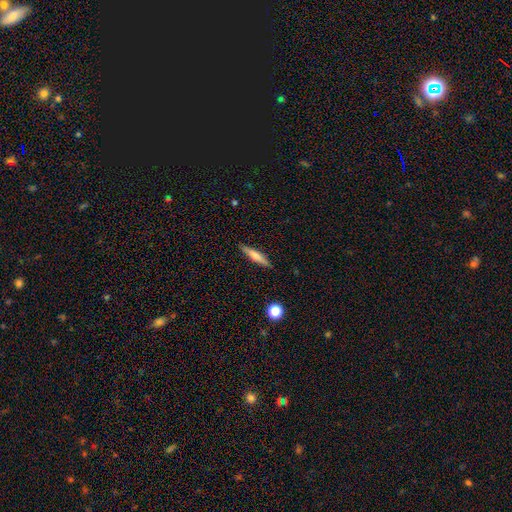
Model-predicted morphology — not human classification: This appears to be a smooth galaxy with no disk features (59%) that is cigar-shaped (88%). Merging: none (88%).